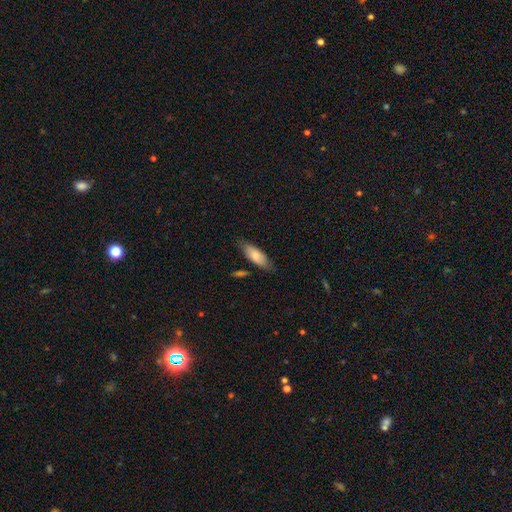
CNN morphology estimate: smooth-or-featured: smooth: 74% | featured or disk: 20% | star or artifact: 6%
  how-rounded: in between: 75% | cigar-shaped: 23% | round: 2%
  merging: none: 77% | minor disturbance: 17% | merger: 3% | major disturbance: 3%